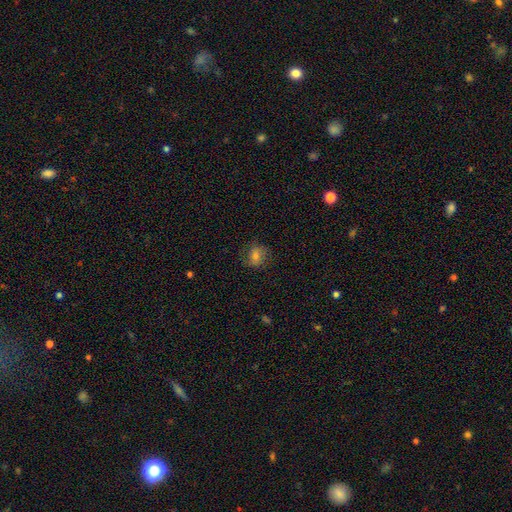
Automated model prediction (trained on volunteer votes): This is likely a smooth galaxy (61%). How rounded: likely round (68%). Merging: likely none (76%).